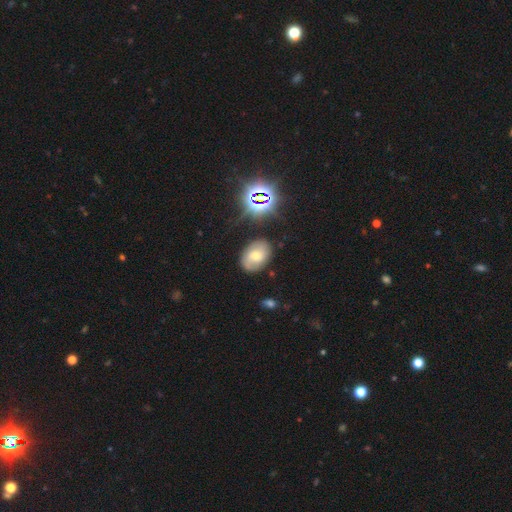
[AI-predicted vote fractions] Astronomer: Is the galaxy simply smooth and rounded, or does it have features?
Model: smooth — 42% (runner-up: featured or disk, 38%).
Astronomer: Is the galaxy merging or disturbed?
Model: none — 77%.